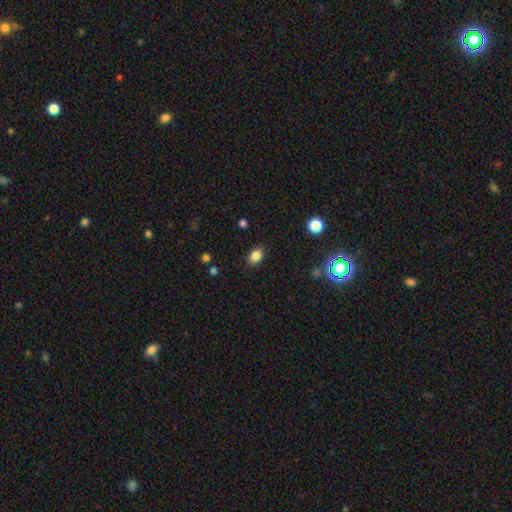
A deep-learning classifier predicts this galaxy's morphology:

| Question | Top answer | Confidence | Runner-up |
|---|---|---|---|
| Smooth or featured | smooth | 83% | star or artifact (11%) |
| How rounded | in between | 77% | round (21%) |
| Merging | none | 85% | minor disturbance (11%) |